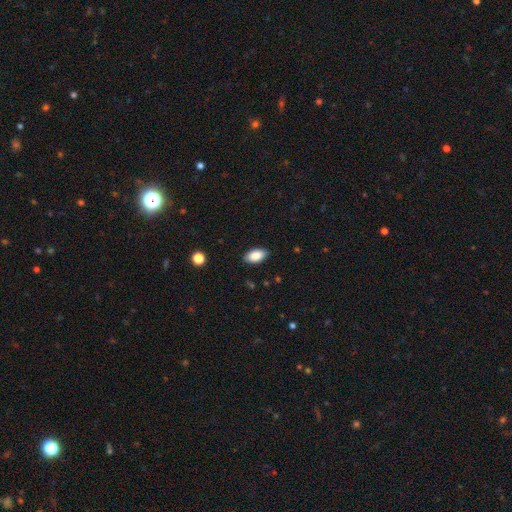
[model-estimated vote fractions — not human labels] Morphology: type=smooth (88%); roundness=in between (94%); merging=none (87%).